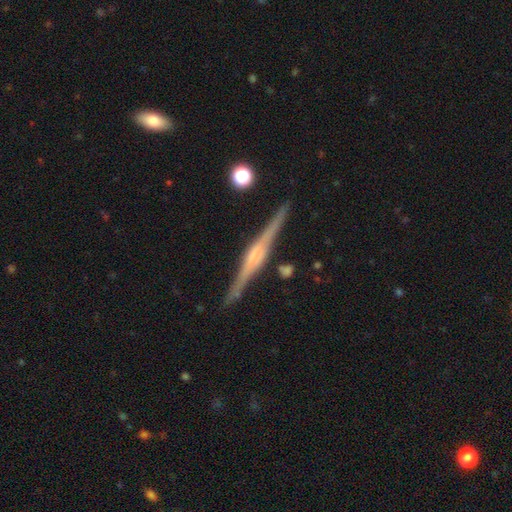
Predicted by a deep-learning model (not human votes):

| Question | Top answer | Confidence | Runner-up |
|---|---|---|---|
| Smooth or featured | featured or disk | 84% | smooth (11%) |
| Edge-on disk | yes | 98% | no (2%) |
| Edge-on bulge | rounded | 48% | boxy (39%) |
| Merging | none | 90% | minor disturbance (7%) |